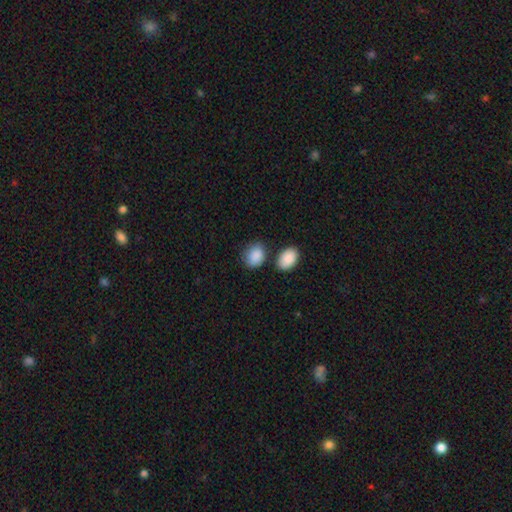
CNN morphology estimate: The model was most divided on "how rounded": in between: 70%, round: 29%, cigar-shaped: 1%. More confident: smooth or featured — smooth (89%); merging — none (64%).